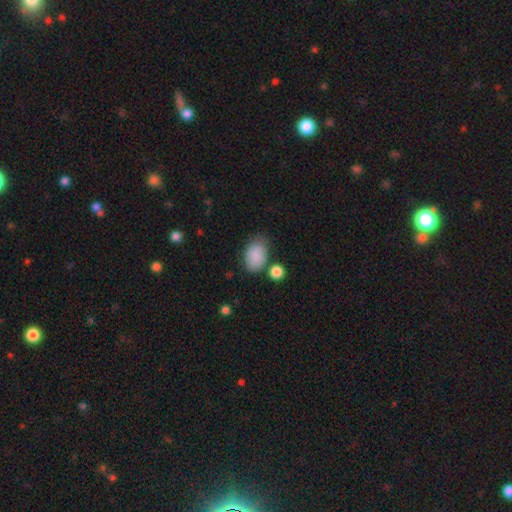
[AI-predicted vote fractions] Smooth or featured: smooth — 85% (featured or disk — 8%)
How rounded: in between — 86% (round — 13%)
Merging: none — 63% (minor disturbance — 22%)